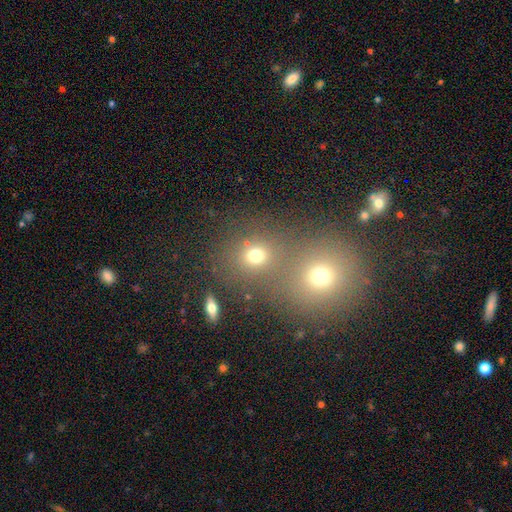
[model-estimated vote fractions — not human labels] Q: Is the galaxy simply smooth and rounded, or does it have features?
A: smooth — 72%.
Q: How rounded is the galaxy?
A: round — 74%.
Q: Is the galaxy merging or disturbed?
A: none — 54%.